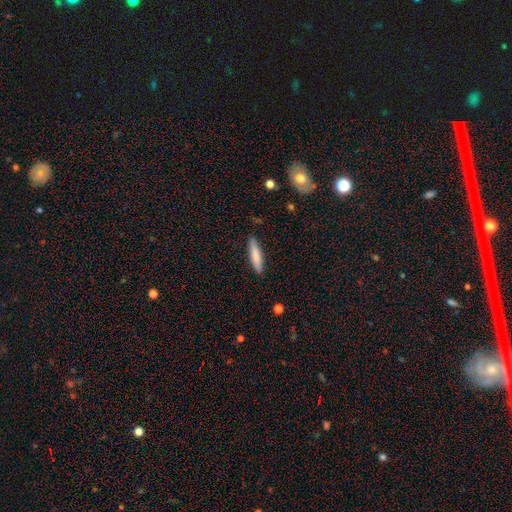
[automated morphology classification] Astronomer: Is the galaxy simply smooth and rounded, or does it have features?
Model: smooth — 80%.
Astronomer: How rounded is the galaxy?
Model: cigar-shaped — 85%.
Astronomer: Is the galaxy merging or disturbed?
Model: none — 88%.